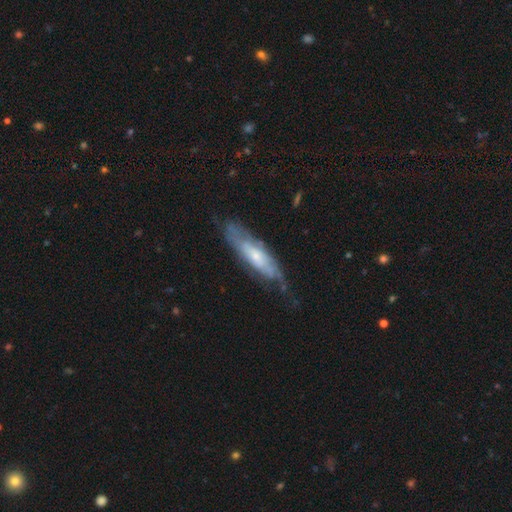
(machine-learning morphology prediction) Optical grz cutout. It shows a featured or disk galaxy (63%). Merging: none (59%).